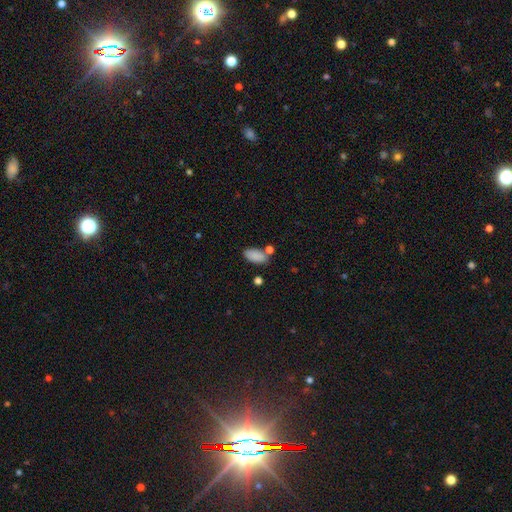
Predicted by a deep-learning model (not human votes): Smooth or featured?
  - smooth: 86% *
  - star or artifact: 8%
  - featured or disk: 6%
How rounded?
  - in between: 93% *
  - round: 3%
  - cigar-shaped: 3%
Merging?
  - none: 66% *
  - merger: 16%
  - minor disturbance: 14%
  - major disturbance: 4%